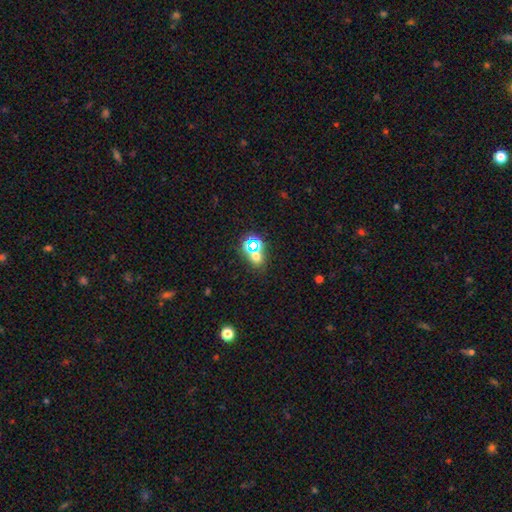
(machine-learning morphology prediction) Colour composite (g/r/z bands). It shows a smooth galaxy with no disk features (50%). Merging: none (64%).